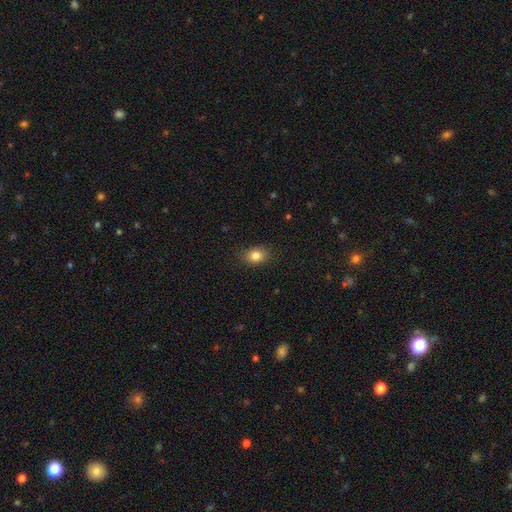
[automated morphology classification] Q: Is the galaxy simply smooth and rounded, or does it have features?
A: smooth — 84%.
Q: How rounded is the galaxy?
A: in between — 69%.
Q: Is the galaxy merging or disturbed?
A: none — 86%.